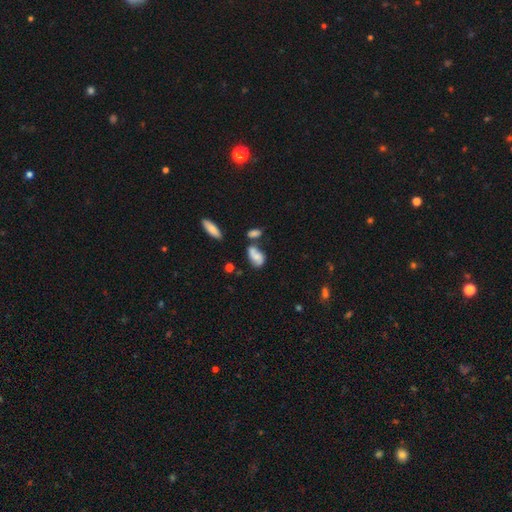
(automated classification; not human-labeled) The model was most divided on "smooth or featured": smooth: 50%, featured or disk: 41%, star or artifact: 9%. Remaining: how rounded — in between (86%); merging — none (46%).